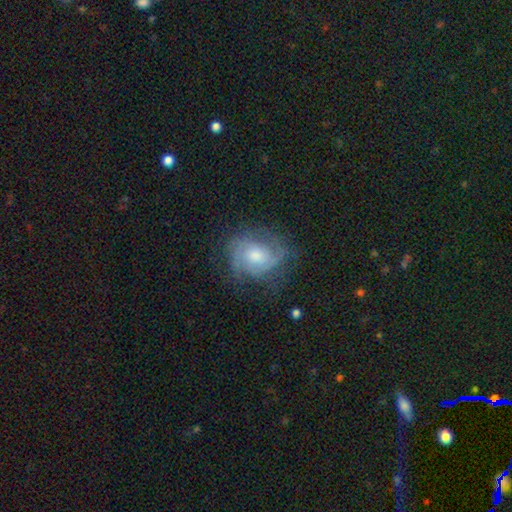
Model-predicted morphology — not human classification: Smooth or featured?
  - featured or disk: 66% *
  - smooth: 26%
  - star or artifact: 8%
Edge-on disk?
  - no: 97% *
  - yes: 3%
Bar?
  - no: 70% *
  - weak: 26%
  - strong: 4%
Spiral arms?
  - yes: 88% *
  - no: 12%
Spiral winding?
  - medium: 42% *
  - tight: 41%
  - loose: 17%
Spiral arm count?
  - 2: 42% *
  - can't tell: 29%
  - 3: 17%
  - 1: 6%
  - 4: 4%
  - more than 4: 3%
Bulge size?
  - moderate: 56% *
  - small: 28%
  - large: 11%
  - none: 4%
  - dominant: 1%
Merging?
  - none: 63% *
  - minor disturbance: 22%
  - major disturbance: 13%
  - merger: 1%